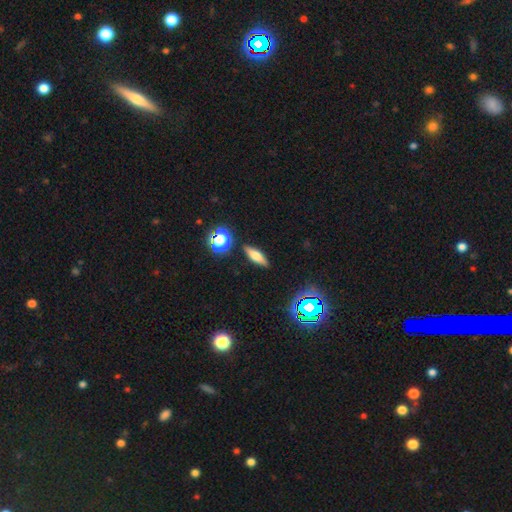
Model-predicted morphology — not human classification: smooth-or-featured: smooth: 58% | featured or disk: 29% | star or artifact: 13%
  how-rounded: cigar-shaped: 49% | in between: 45% | round: 7%
  merging: none: 85% | minor disturbance: 10% | merger: 3% | major disturbance: 2%